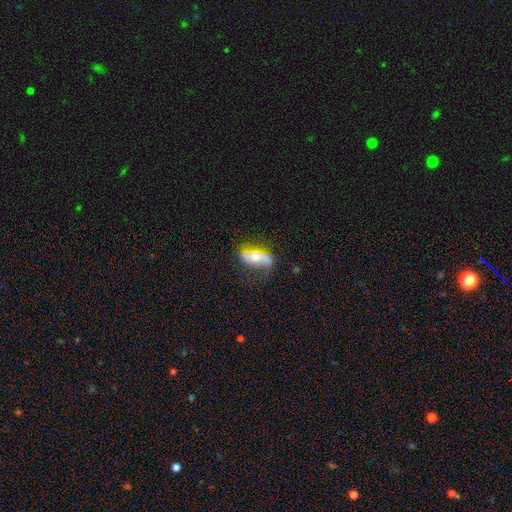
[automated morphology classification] Smooth or featured? Predicted: featured or disk (p=0.53). Edge-on disk? Predicted: no (p=0.66). Merging? Predicted: none (p=0.58).